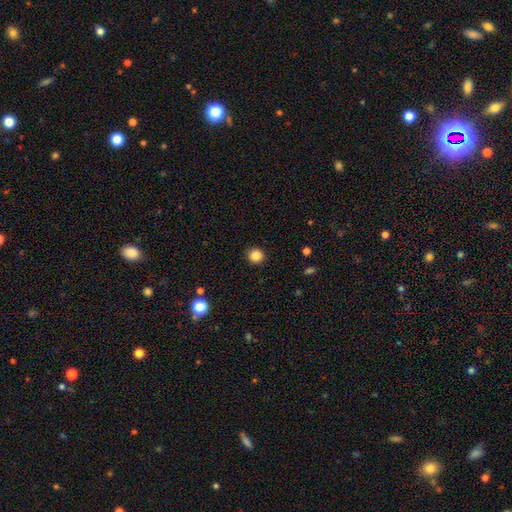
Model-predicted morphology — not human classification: type=smooth (86%); roundness=round (91%); merging=none (91%).